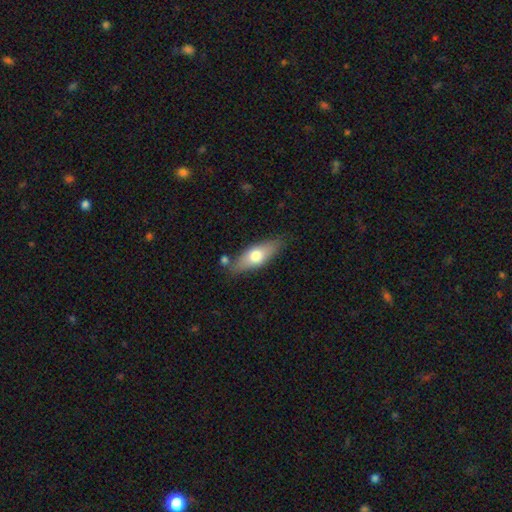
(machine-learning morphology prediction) Smooth or featured: smooth — 62% (featured or disk — 32%)
How rounded: in between — 64% (cigar-shaped — 32%)
Merging: none — 77% (minor disturbance — 14%)